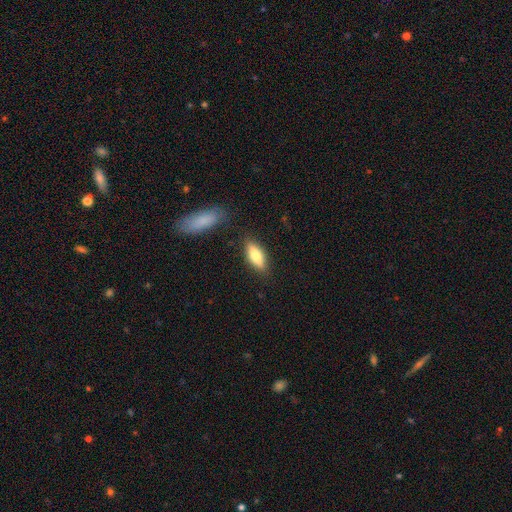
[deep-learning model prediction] Q: Smooth or featured?
A: smooth (66%); runner-up: featured or disk (27%)
Q: How rounded?
A: in between (66%); runner-up: cigar-shaped (31%)
Q: Merging?
A: none (83%); runner-up: minor disturbance (11%)